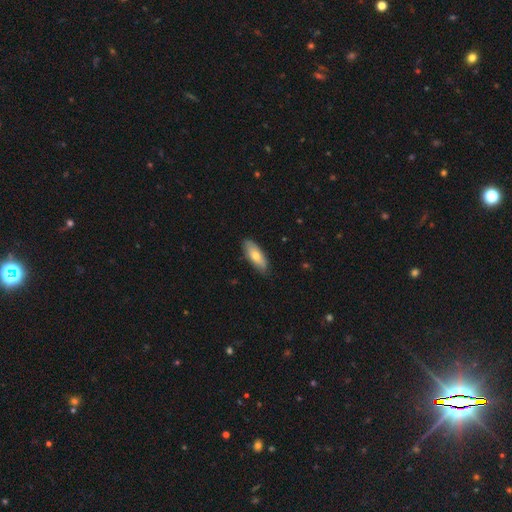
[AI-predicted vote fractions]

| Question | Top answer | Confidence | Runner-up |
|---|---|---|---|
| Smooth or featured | smooth | 68% | featured or disk (26%) |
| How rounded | in between | 73% | cigar-shaped (25%) |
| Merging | none | 83% | minor disturbance (14%) |